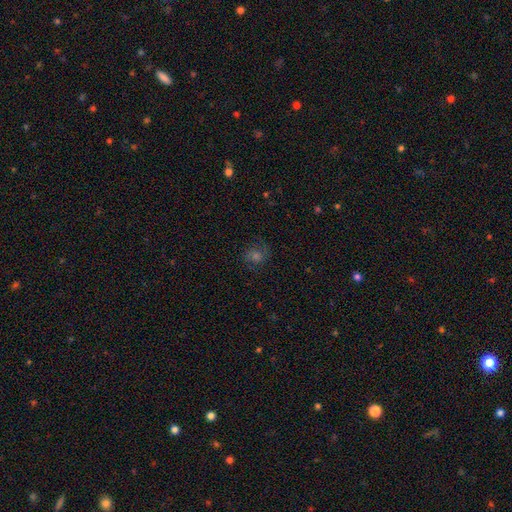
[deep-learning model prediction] Smooth or featured: featured or disk — 40% (smooth — 34%)
Merging: none — 76% (minor disturbance — 14%)